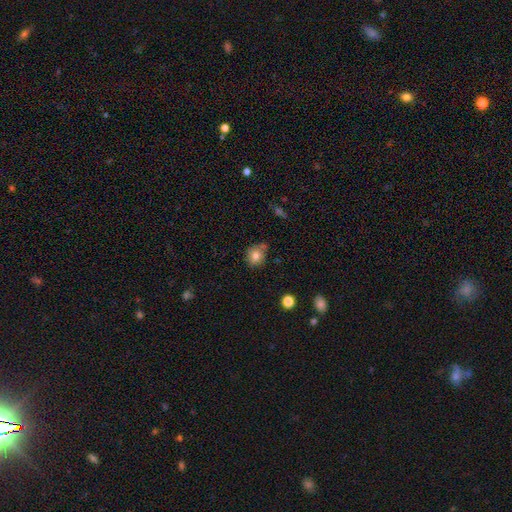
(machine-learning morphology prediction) Overall: smooth (78%). How rounded: round (77%). Merging: none (65%).